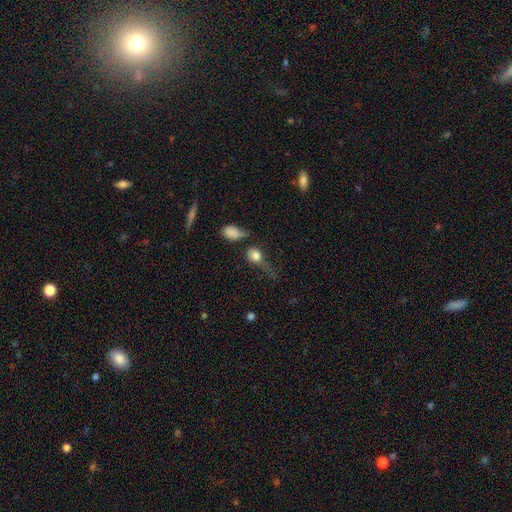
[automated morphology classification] The model was most divided on "merging": major disturbance: 34%, none: 28%, minor disturbance: 21%, merger: 17%. More confident: smooth or featured — smooth (73%); how rounded — round (57%).